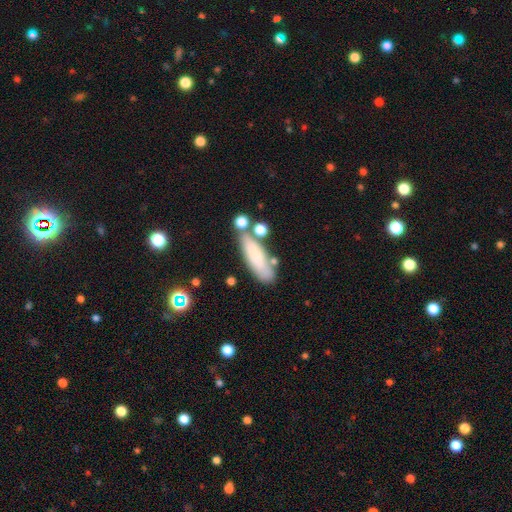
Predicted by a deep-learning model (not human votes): A smooth galaxy with no disk features (73%) that is cigar-shaped (54%). Merging: none (63%).